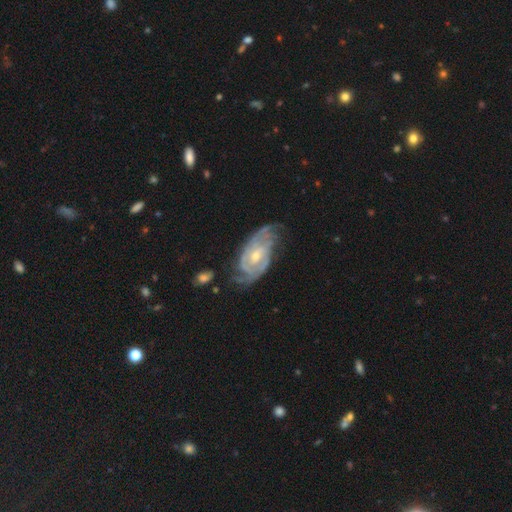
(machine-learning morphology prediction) type=featured or disk (86%); edge-on=no (95%); bar=no (54%); spiral arms=yes (95%); winding=tight (57%); arm count=2 (44%); bulge=moderate (49%); merging=none (60%).